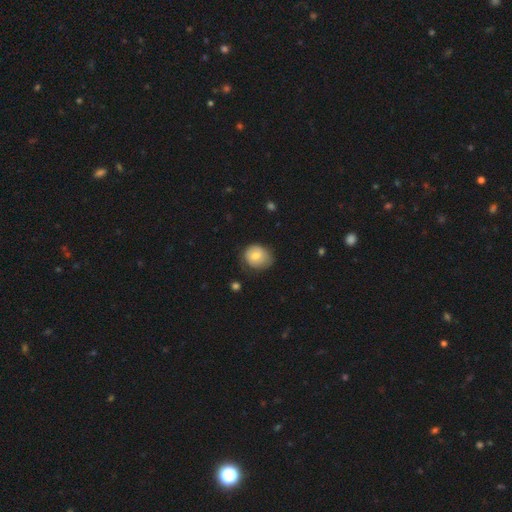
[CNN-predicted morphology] Q: Smooth or featured?
A: smooth (73%); runner-up: featured or disk (19%)
Q: How rounded?
A: round (71%); runner-up: in between (28%)
Q: Merging?
A: none (62%); runner-up: minor disturbance (29%)